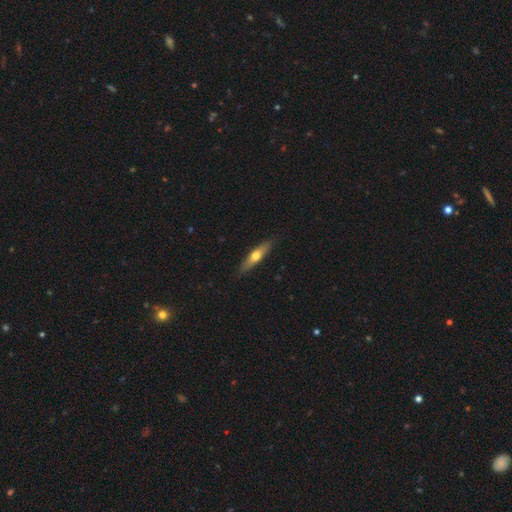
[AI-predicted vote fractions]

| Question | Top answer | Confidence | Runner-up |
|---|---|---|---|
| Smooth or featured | smooth | 51% | featured or disk (44%) |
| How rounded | cigar-shaped | 75% | in between (23%) |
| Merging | none | 88% | minor disturbance (9%) |